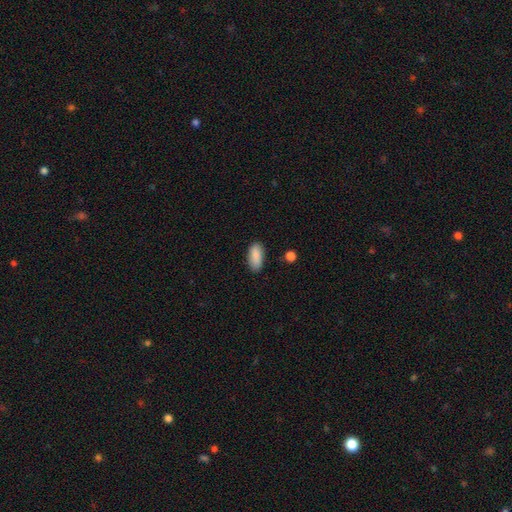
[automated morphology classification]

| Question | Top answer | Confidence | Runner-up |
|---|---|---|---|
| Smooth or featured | smooth | 89% | star or artifact (7%) |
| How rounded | in between | 88% | cigar-shaped (10%) |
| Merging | none | 83% | minor disturbance (13%) |